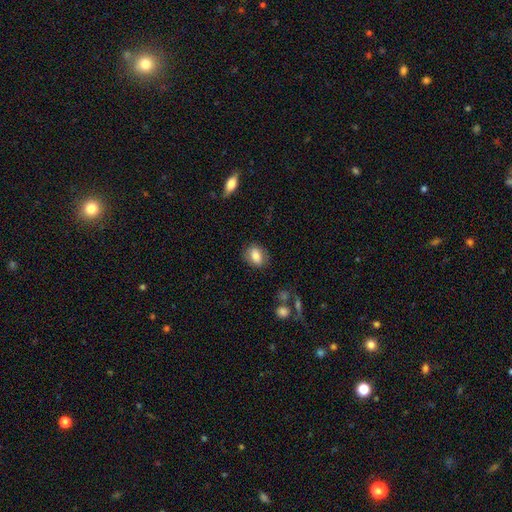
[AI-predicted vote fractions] smooth_or_featured: smooth (p=0.80) [alt: featured or disk p=0.12]
how_rounded: in between (p=0.66) [alt: round p=0.32]
merging: none (p=0.82) [alt: minor disturbance p=0.13]